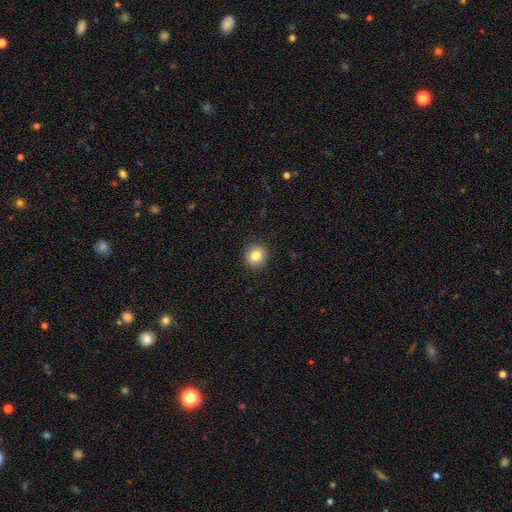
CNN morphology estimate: A smooth galaxy with no disk features (83%) that is round (94%). Merging: none (92%).